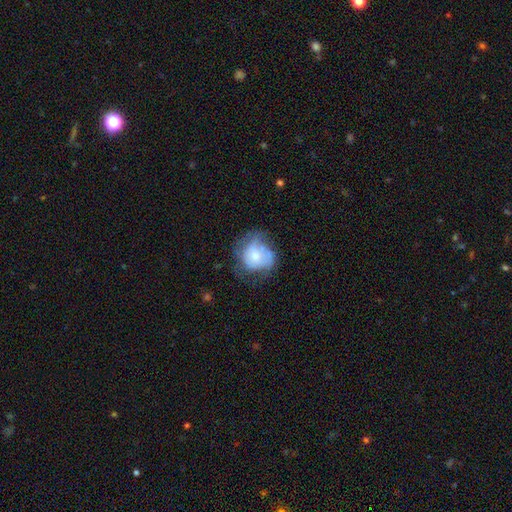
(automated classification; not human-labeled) smooth-or-featured: smooth: 50% | featured or disk: 42% | star or artifact: 8%
  merging: none: 41% | minor disturbance: 30% | major disturbance: 25% | merger: 4%